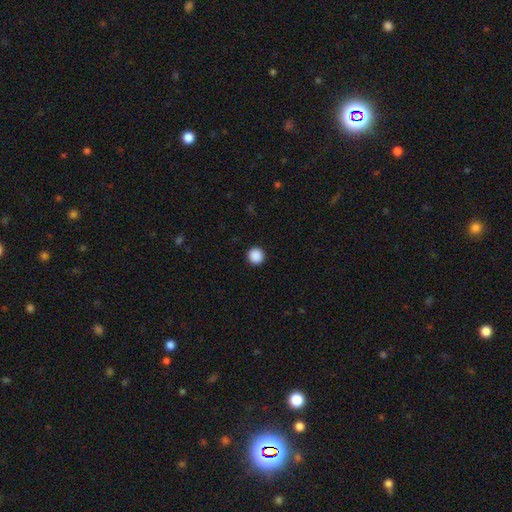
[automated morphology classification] Smooth or featured?
  - smooth: 89% *
  - star or artifact: 9%
  - featured or disk: 2%
How rounded?
  - round: 96% *
  - in between: 3%
  - cigar-shaped: 1%
Merging?
  - none: 93% *
  - minor disturbance: 4%
  - major disturbance: 2%
  - merger: 1%